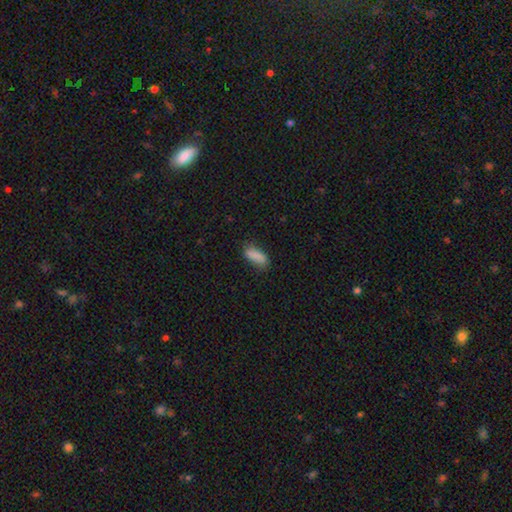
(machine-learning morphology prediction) Q: Smooth or featured?
A: smooth (85%); runner-up: star or artifact (8%)
Q: How rounded?
A: in between (74%); runner-up: cigar-shaped (24%)
Q: Merging?
A: none (68%); runner-up: minor disturbance (24%)